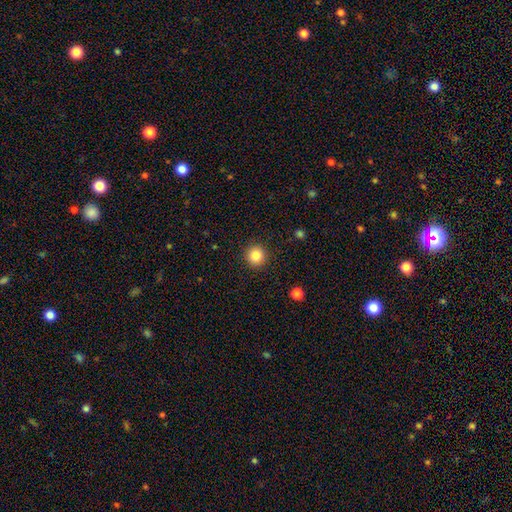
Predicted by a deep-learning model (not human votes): smooth 85%, star or artifact 10%, featured or disk 5%. Down the decision tree: how rounded — round (93%); merging — none (92%).